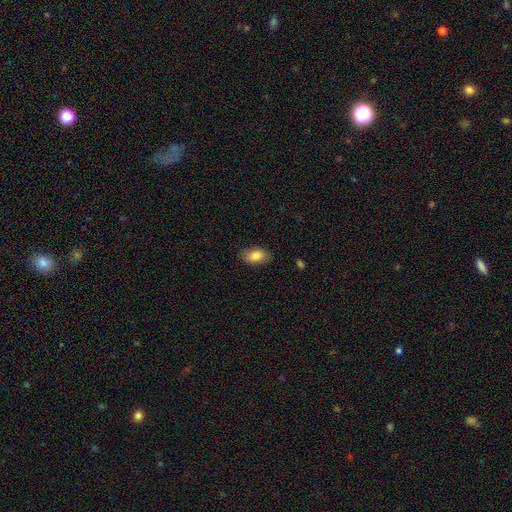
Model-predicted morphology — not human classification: smooth 83%, featured or disk 9%, star or artifact 7%. Down the decision tree: how rounded — in between (89%); merging — none (84%).